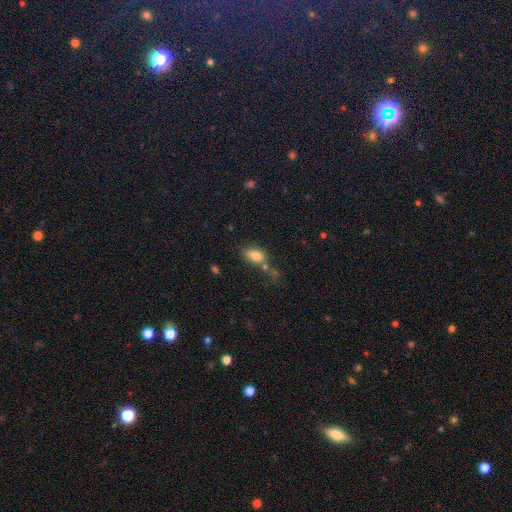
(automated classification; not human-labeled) A smooth galaxy with no disk features (78%) that is in between round and cigar-shaped (84%). Merging: none (49%).